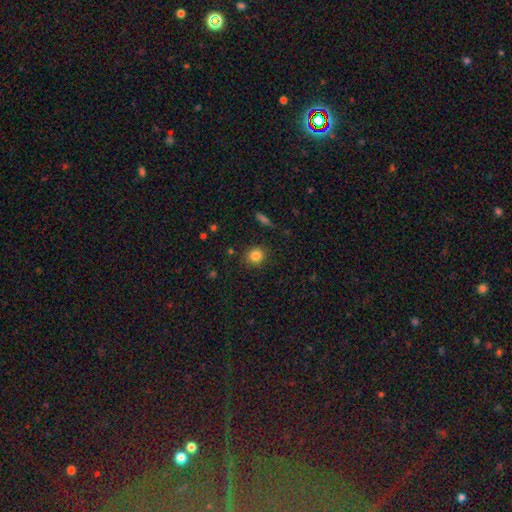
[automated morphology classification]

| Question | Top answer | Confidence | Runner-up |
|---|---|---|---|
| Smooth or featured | smooth | 83% | star or artifact (11%) |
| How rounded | round | 86% | in between (13%) |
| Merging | none | 88% | minor disturbance (8%) |